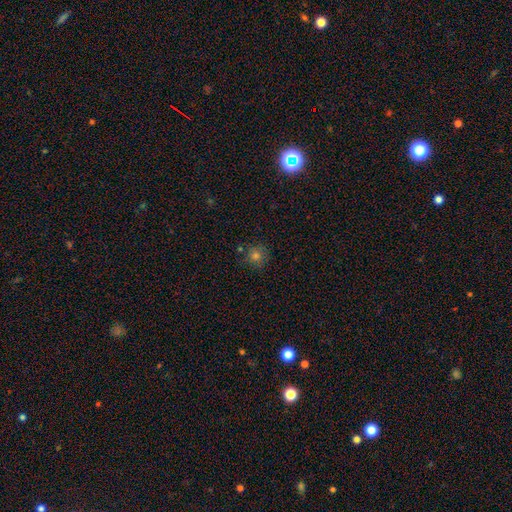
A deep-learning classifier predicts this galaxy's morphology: Q: Smooth or featured?
A: smooth (68%); runner-up: star or artifact (23%)
Q: How rounded?
A: round (93%); runner-up: in between (6%)
Q: Merging?
A: none (84%); runner-up: minor disturbance (10%)